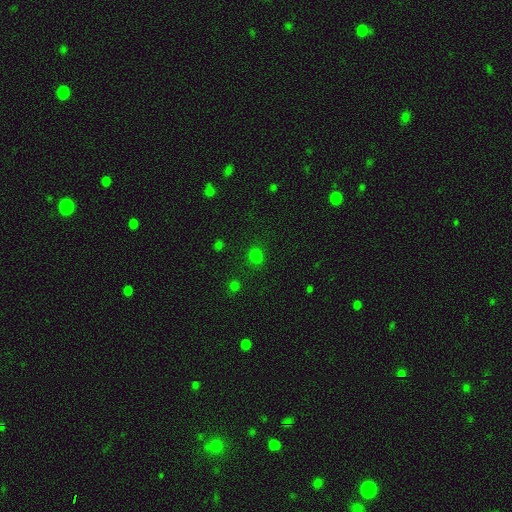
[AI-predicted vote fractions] A smooth galaxy with no disk features (74%) that is in between round and cigar-shaped (57%).

Vote fractions:
- Smooth or featured? smooth: 74% / star or artifact: 22% / featured or disk: 4%
- How rounded? in between: 57% / round: 41% / cigar-shaped: 2%
- Merging? none: 80% / minor disturbance: 13% / major disturbance: 4% / merger: 3%